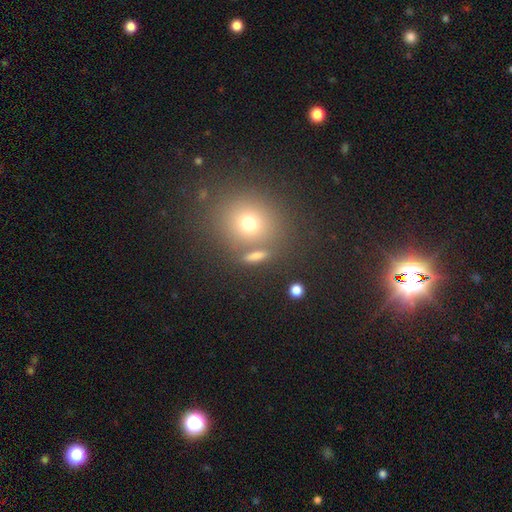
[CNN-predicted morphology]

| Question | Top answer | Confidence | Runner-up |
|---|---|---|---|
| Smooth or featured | smooth | 67% | star or artifact (18%) |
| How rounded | round | 46% | in between (38%) |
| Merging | none | 72% | merger (14%) |